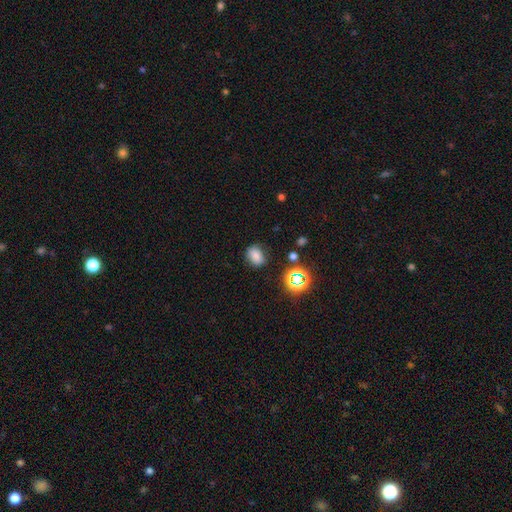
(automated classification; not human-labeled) smooth 74%, star or artifact 17%, featured or disk 9%. Down the decision tree: how rounded — in between (60%); merging — none (80%).